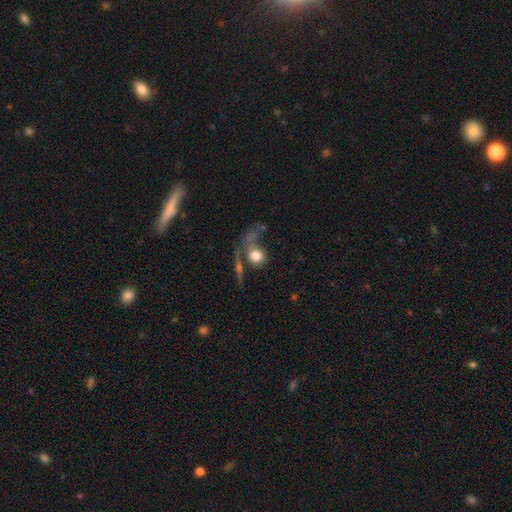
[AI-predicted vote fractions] smooth-or-featured: smooth: 69% | featured or disk: 21% | star or artifact: 10%
  how-rounded: round: 67% | in between: 29% | cigar-shaped: 4%
  merging: none: 34% | major disturbance: 26% | merger: 25% | minor disturbance: 15%